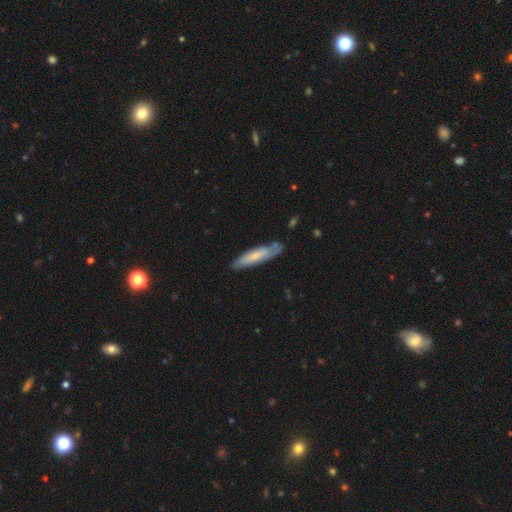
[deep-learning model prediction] smooth_or_featured: smooth (p=0.61) [alt: featured or disk p=0.34]
how_rounded: cigar-shaped (p=0.79) [alt: in between p=0.20]
merging: none (p=0.71) [alt: minor disturbance p=0.21]